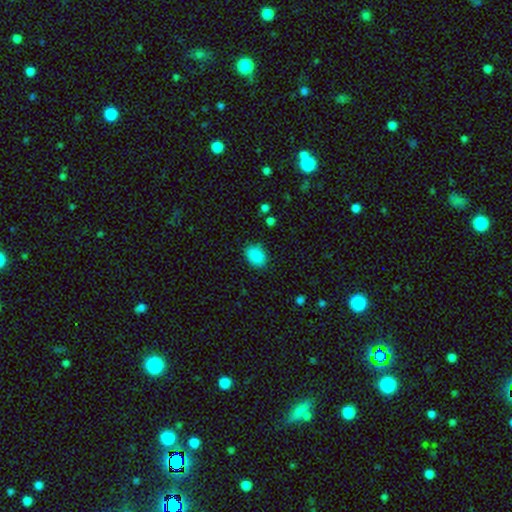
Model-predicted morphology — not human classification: The model was most divided on "how rounded": in between: 69%, round: 30%, cigar-shaped: 1%. More confident: smooth or featured — smooth (88%); merging — none (83%).